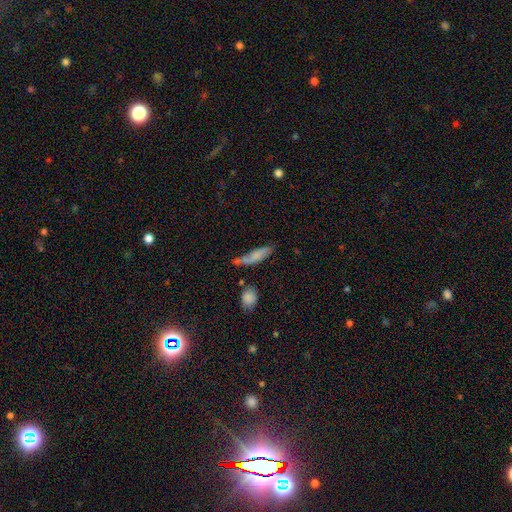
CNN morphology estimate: Smooth or featured? Predicted: smooth (p=0.70). How rounded? Predicted: cigar-shaped (p=0.57). Merging? Predicted: none (p=0.42).